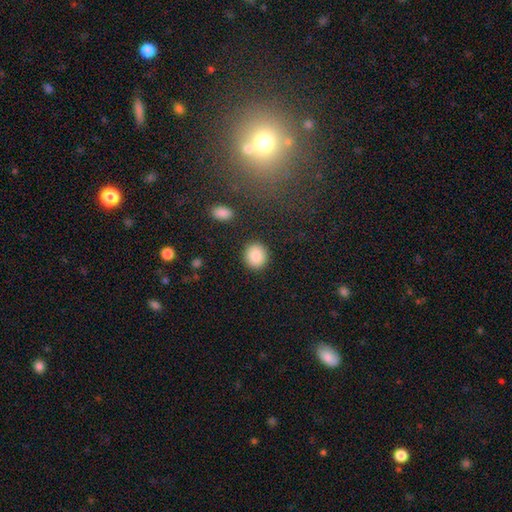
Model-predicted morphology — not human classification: smooth-or-featured: smooth: 88% | star or artifact: 8% | featured or disk: 5%
  how-rounded: round: 85% | in between: 14% | cigar-shaped: 1%
  merging: none: 90% | minor disturbance: 6% | major disturbance: 2% | merger: 2%